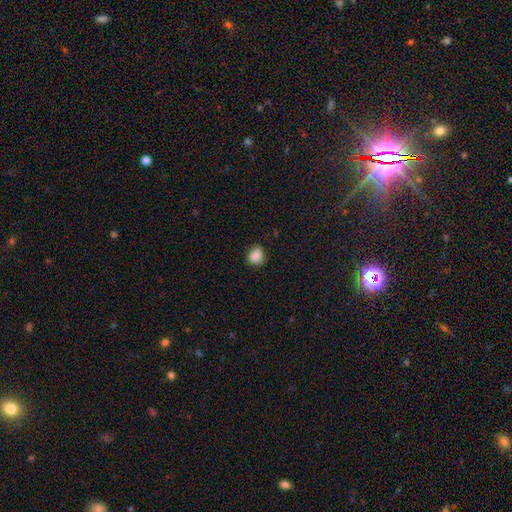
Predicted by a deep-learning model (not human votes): Smooth or featured?
  - smooth: 83% *
  - star or artifact: 9%
  - featured or disk: 8%
How rounded?
  - round: 61% *
  - in between: 37%
  - cigar-shaped: 1%
Merging?
  - none: 77% *
  - minor disturbance: 18%
  - major disturbance: 3%
  - merger: 1%